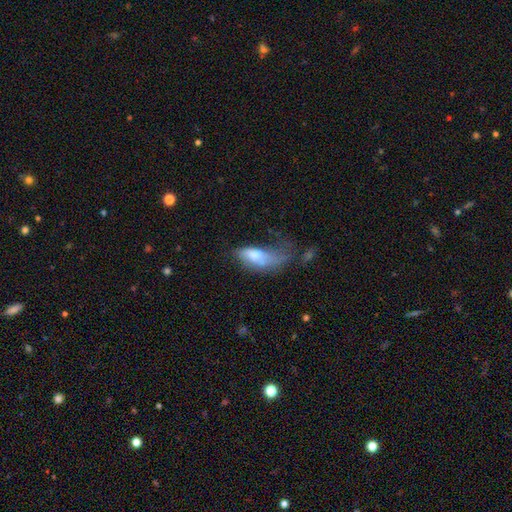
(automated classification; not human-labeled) smooth-or-featured: smooth: 65% | featured or disk: 27% | star or artifact: 8%
  how-rounded: in between: 81% | cigar-shaped: 15% | round: 3%
  merging: major disturbance: 54% | minor disturbance: 21% | none: 15% | merger: 9%